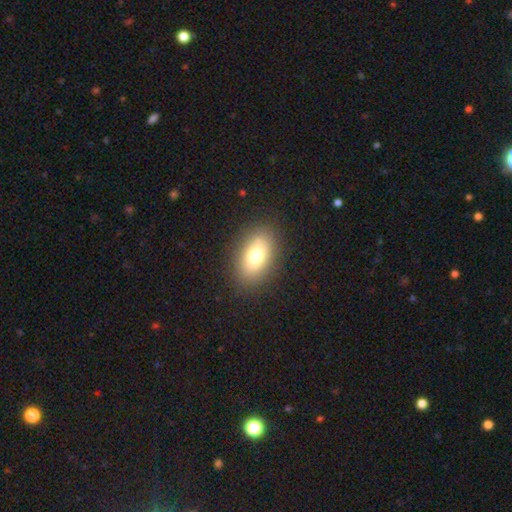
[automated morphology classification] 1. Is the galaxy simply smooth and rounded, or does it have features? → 76% smooth, 14% featured or disk, 10% star or artifact.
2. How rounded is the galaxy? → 87% in between, 11% round, 2% cigar-shaped.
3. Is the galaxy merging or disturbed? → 86% none, 9% minor disturbance, 3% major disturbance, 1% merger.